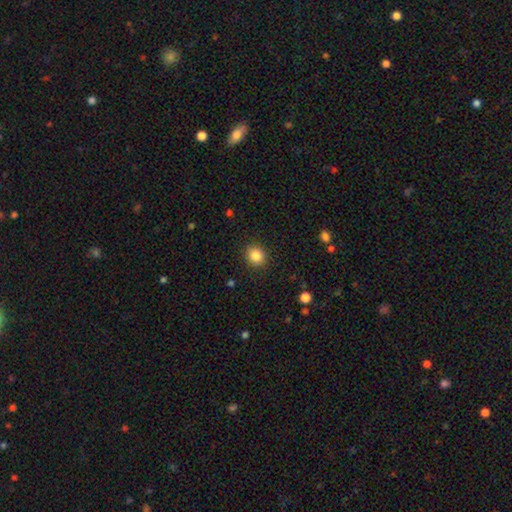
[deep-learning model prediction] Q: Smooth or featured?
A: smooth (85%); runner-up: star or artifact (10%)
Q: How rounded?
A: round (80%); runner-up: in between (19%)
Q: Merging?
A: none (89%); runner-up: minor disturbance (7%)